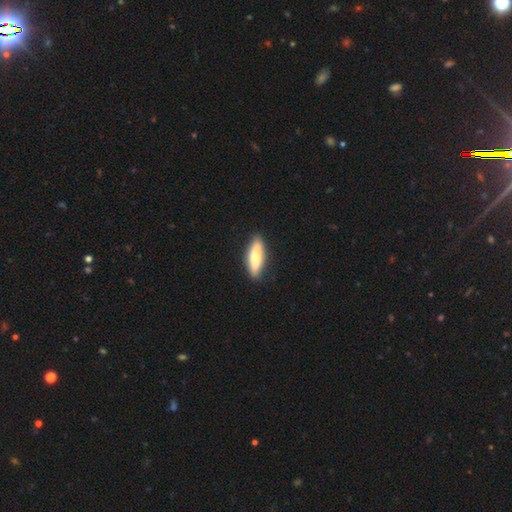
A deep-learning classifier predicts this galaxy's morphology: type=smooth (68%); roundness=cigar-shaped (62%); merging=none (88%).